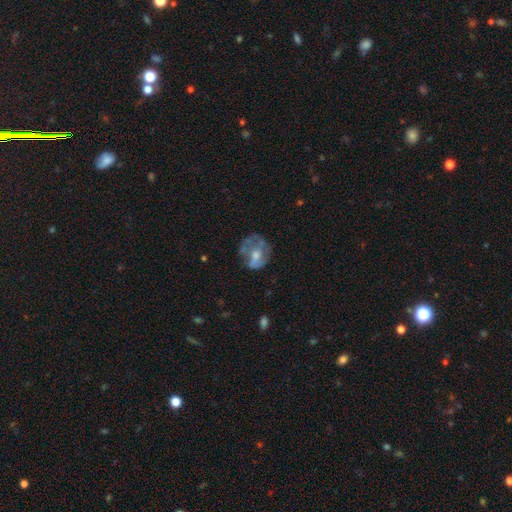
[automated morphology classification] smooth_or_featured: featured or disk (p=0.57) [alt: smooth p=0.32]
disk_edge_on: no (p=0.97) [alt: yes p=0.03]
bar: no (p=0.64) [alt: weak p=0.28]
has_spiral_arms: no (p=0.56) [alt: yes p=0.44]
bulge_size: moderate (p=0.55) [alt: small p=0.30]
merging: none (p=0.48) [alt: major disturbance p=0.24]